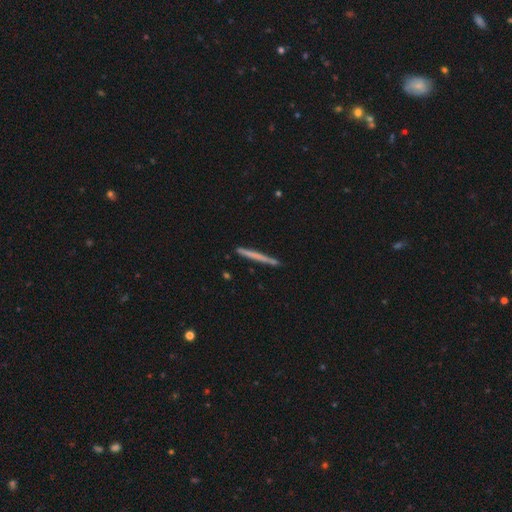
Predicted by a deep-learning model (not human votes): Smooth or featured? smooth (58%)
How rounded? cigar-shaped (97%)
Merging? none (89%)